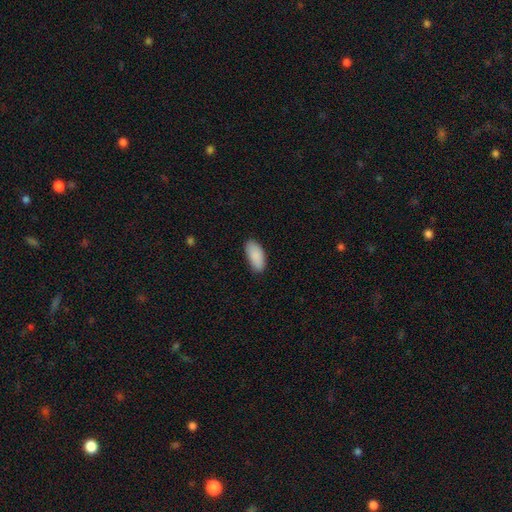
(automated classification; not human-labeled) A smooth galaxy with no disk features (90%) that is in between round and cigar-shaped (92%). Merging: none (84%).